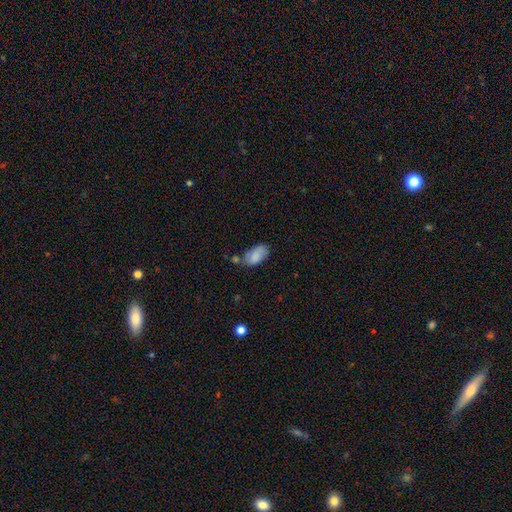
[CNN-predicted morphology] Smooth or featured?
  - smooth: 83% *
  - featured or disk: 10%
  - star or artifact: 7%
How rounded?
  - in between: 93% *
  - round: 4%
  - cigar-shaped: 3%
Merging?
  - none: 52% *
  - minor disturbance: 25%
  - merger: 16%
  - major disturbance: 7%